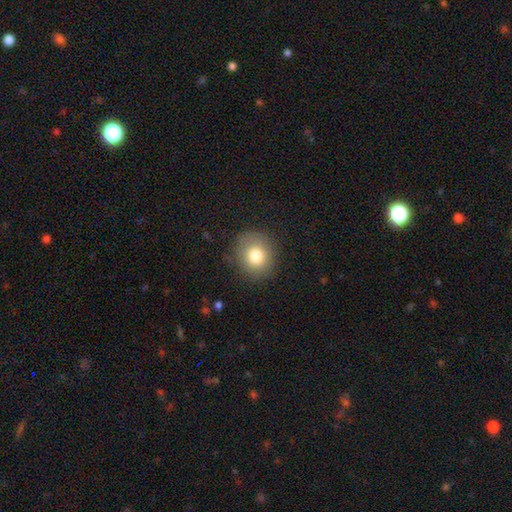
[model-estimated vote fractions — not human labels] smooth_or_featured: smooth (p=0.79) [alt: featured or disk p=0.11]
how_rounded: round (p=0.79) [alt: in between p=0.20]
merging: none (p=0.85) [alt: minor disturbance p=0.10]